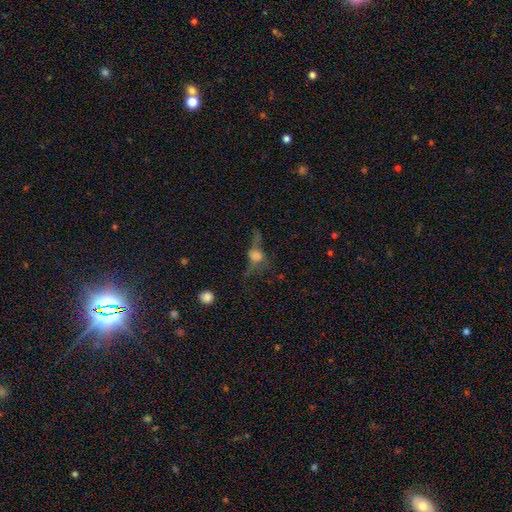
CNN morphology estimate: Smooth or featured: featured or disk — 40% (smooth — 37%)
Merging: none — 46% (major disturbance — 30%)